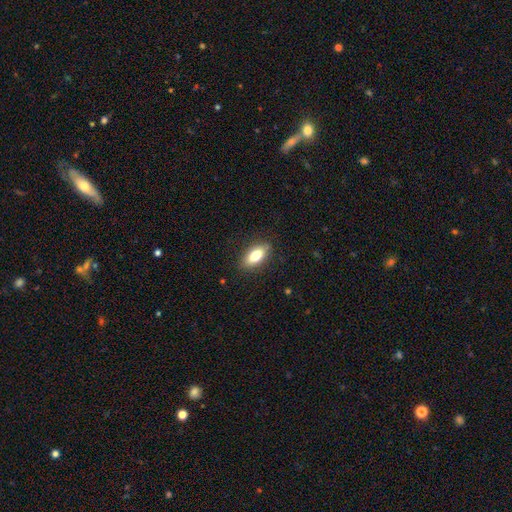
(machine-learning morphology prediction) smooth-or-featured: smooth: 78% | featured or disk: 15% | star or artifact: 8%
  how-rounded: in between: 85% | cigar-shaped: 10% | round: 5%
  merging: none: 85% | minor disturbance: 11% | major disturbance: 3% | merger: 1%